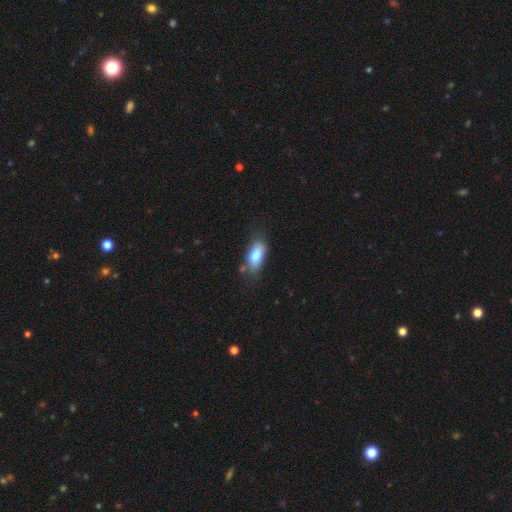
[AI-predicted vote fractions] The model was most divided on "merging": none: 61%, minor disturbance: 26%, major disturbance: 7%, merger: 6%. More confident: how rounded — in between (85%); smooth or featured — smooth (78%).